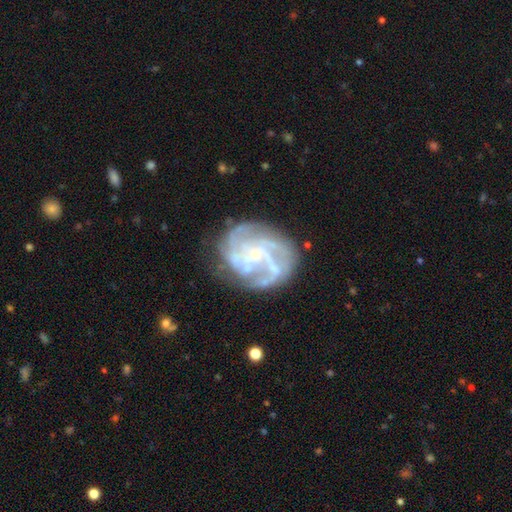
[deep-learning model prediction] The model was most divided on "spiral winding": medium: 41%, tight: 40%, loose: 19%. Remaining: edge-on disk — no (98%); spiral arms — yes (89%); smooth or featured — featured or disk (83%); bulge size — small (69%); merging — none (65%); bar — no (58%); spiral arm count — can't tell (28%).